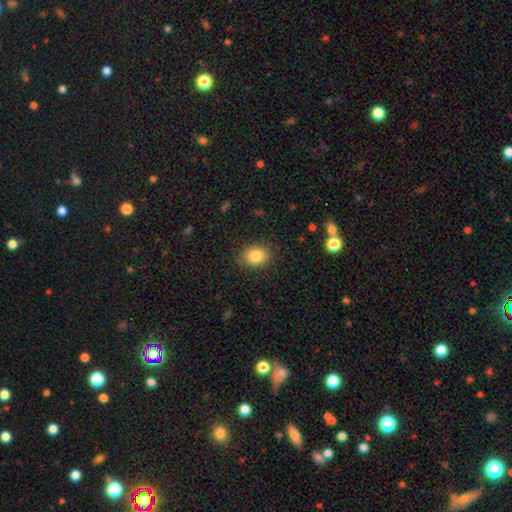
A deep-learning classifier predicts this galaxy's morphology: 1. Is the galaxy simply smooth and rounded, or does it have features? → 83% smooth, 10% star or artifact, 7% featured or disk.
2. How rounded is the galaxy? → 53% round, 46% in between, 1% cigar-shaped.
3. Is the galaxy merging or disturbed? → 87% none, 10% minor disturbance, 3% major disturbance, 1% merger.